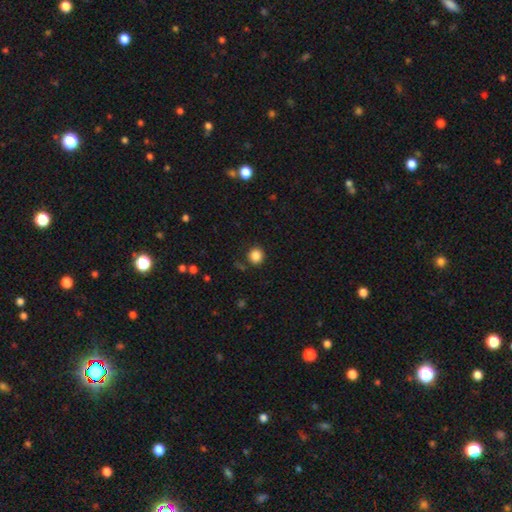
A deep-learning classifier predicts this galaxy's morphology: Q: Smooth or featured?
A: smooth (85%); runner-up: star or artifact (11%)
Q: How rounded?
A: round (91%); runner-up: in between (8%)
Q: Merging?
A: none (88%); runner-up: minor disturbance (7%)